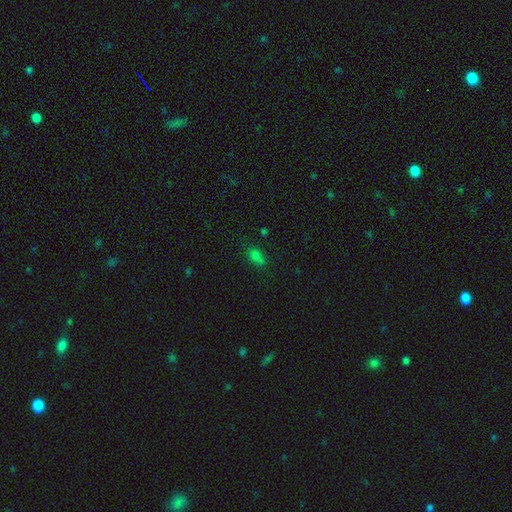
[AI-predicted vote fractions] Overall: smooth (68%). How rounded: in between (79%). Merging: none (70%).